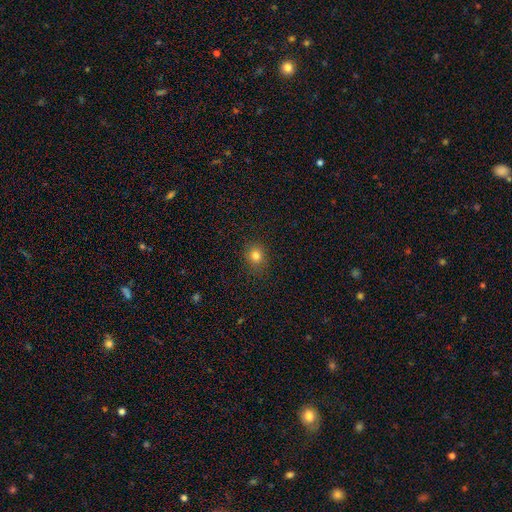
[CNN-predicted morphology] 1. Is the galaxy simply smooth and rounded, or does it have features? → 81% smooth, 13% star or artifact, 6% featured or disk.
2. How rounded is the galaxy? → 74% round, 25% in between, 1% cigar-shaped.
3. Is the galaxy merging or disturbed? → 85% none, 11% minor disturbance, 3% major disturbance, 1% merger.